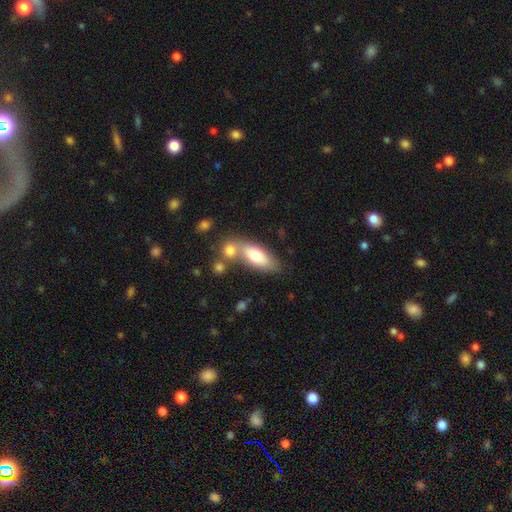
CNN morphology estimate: smooth-or-featured: smooth: 73% | featured or disk: 21% | star or artifact: 6%
  how-rounded: in between: 76% | cigar-shaped: 20% | round: 3%
  merging: none: 48% | merger: 35% | minor disturbance: 13% | major disturbance: 4%